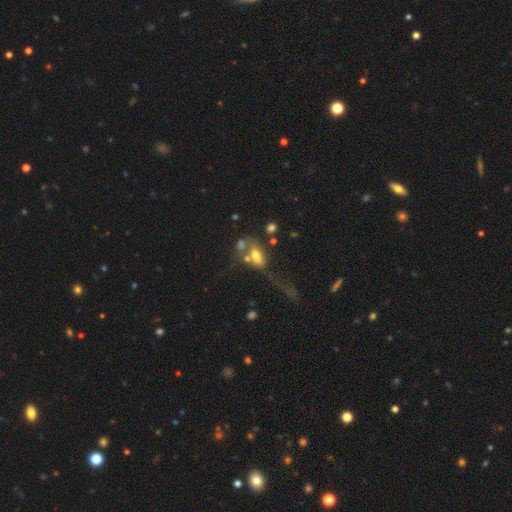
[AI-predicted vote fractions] Morphology: type=smooth (56%); roundness=in between (82%); merging=merger (39%).